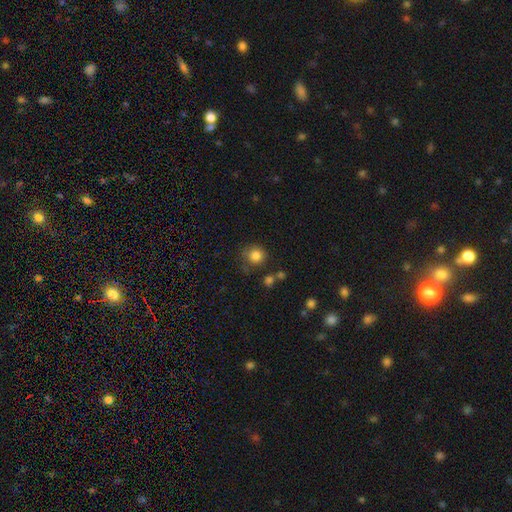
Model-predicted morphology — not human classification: smooth 84%, star or artifact 11%, featured or disk 5%. Down the decision tree: how rounded — round (89%); merging — none (73%).